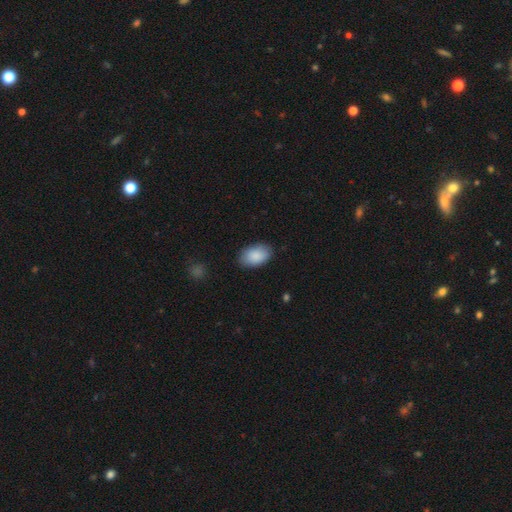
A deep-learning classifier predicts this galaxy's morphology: Smooth or featured?
  - smooth: 89% *
  - star or artifact: 6%
  - featured or disk: 5%
How rounded?
  - in between: 92% *
  - round: 7%
  - cigar-shaped: 1%
Merging?
  - none: 85% *
  - minor disturbance: 11%
  - major disturbance: 3%
  - merger: 1%